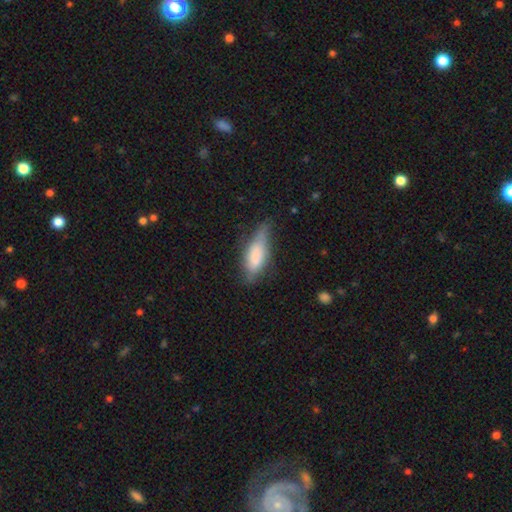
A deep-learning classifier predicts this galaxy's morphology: Smooth or featured: smooth — 71% (featured or disk — 22%)
How rounded: in between — 60% (cigar-shaped — 38%)
Merging: none — 53% (minor disturbance — 34%)